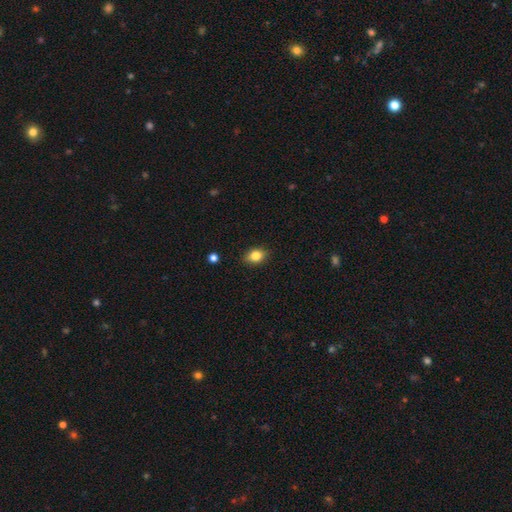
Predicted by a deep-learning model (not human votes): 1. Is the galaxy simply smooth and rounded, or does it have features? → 83% smooth, 10% star or artifact, 7% featured or disk.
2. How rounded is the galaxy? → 69% in between, 30% round, 1% cigar-shaped.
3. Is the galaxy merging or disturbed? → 87% none, 10% minor disturbance, 2% major disturbance, 1% merger.